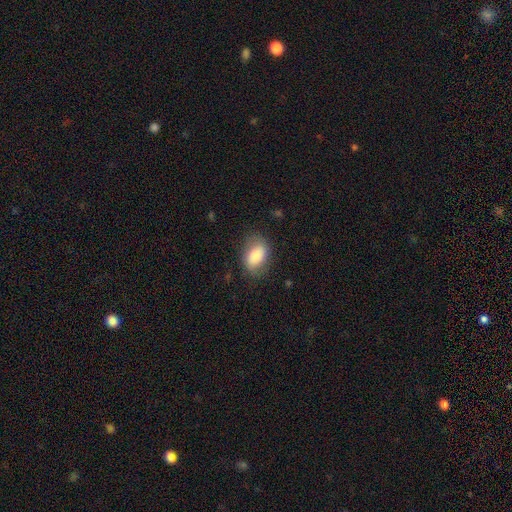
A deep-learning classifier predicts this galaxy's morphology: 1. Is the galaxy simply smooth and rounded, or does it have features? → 79% smooth, 14% featured or disk, 7% star or artifact.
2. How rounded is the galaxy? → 85% in between, 13% round, 2% cigar-shaped.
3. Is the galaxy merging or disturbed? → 71% none, 21% minor disturbance, 7% major disturbance, 1% merger.